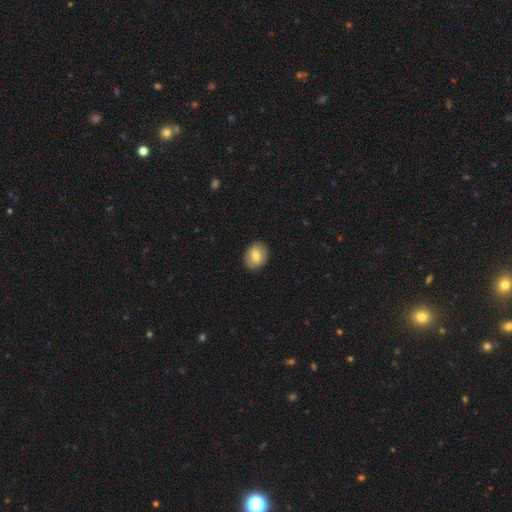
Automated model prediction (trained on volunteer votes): A smooth galaxy with no disk features (72%) that is in between round and cigar-shaped (61%).

Vote fractions:
- Smooth or featured? smooth: 72% / featured or disk: 21% / star or artifact: 7%
- How rounded? in between: 61% / round: 38% / cigar-shaped: 1%
- Merging? none: 88% / minor disturbance: 9% / major disturbance: 2% / merger: 1%